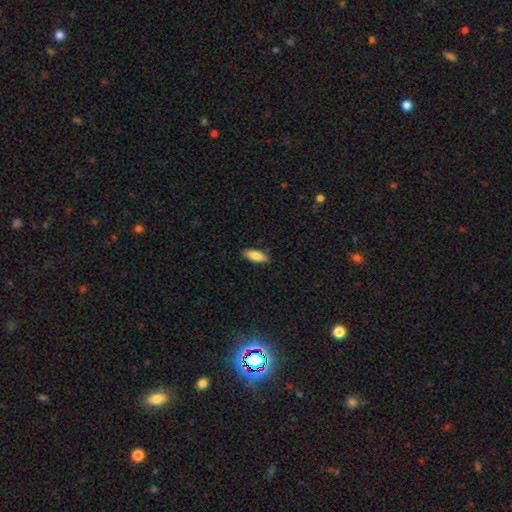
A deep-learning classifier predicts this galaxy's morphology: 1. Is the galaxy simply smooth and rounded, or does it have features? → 84% smooth, 10% featured or disk, 6% star or artifact.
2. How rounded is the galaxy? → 70% in between, 28% cigar-shaped, 2% round.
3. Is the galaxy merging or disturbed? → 87% none, 10% minor disturbance, 2% major disturbance, 1% merger.